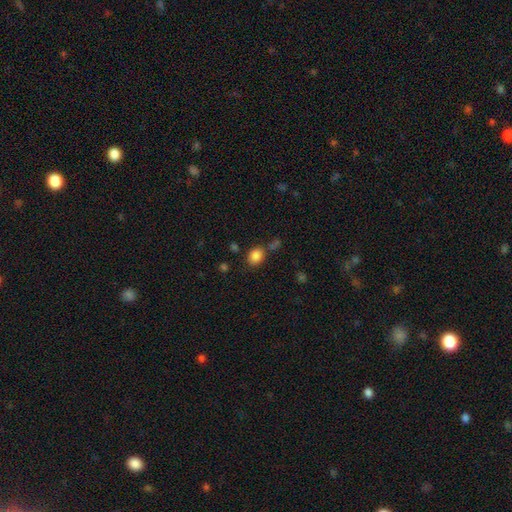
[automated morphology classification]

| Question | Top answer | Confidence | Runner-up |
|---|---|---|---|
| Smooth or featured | smooth | 85% | star or artifact (11%) |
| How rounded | round | 54% | in between (45%) |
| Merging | none | 70% | minor disturbance (14%) |